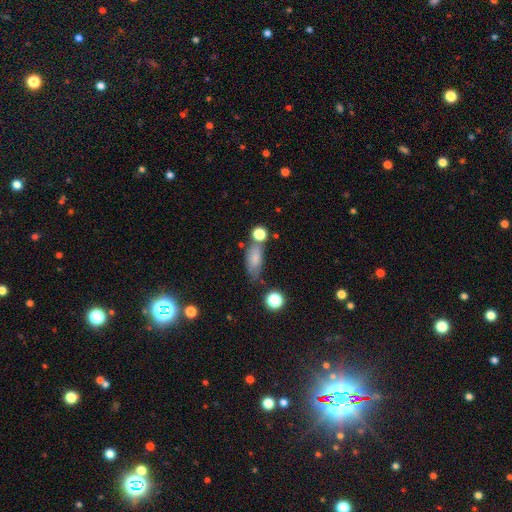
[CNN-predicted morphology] Overall: smooth (74%). How rounded: in between (76%). Merging: none (51%; minor disturbance 23%).